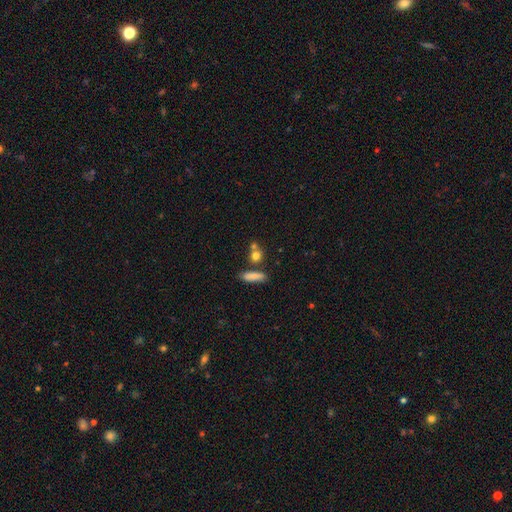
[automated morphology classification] Smooth or featured?
  - smooth: 78% *
  - star or artifact: 12%
  - featured or disk: 10%
How rounded?
  - round: 60% *
  - in between: 26%
  - cigar-shaped: 14%
Merging?
  - none: 62% *
  - merger: 23%
  - minor disturbance: 10%
  - major disturbance: 4%